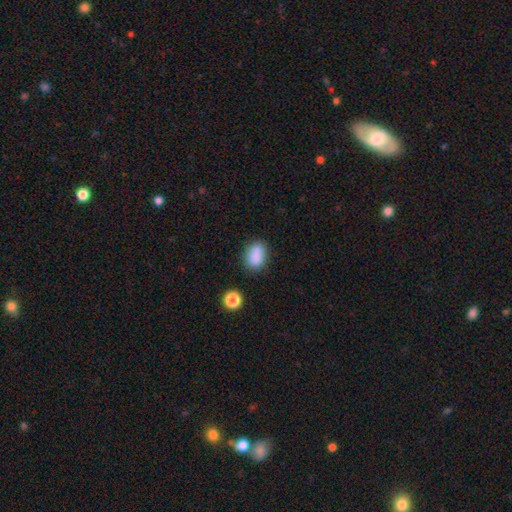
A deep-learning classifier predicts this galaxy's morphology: A smooth galaxy with no disk features (86%) that is in between round and cigar-shaped (79%).

Vote fractions:
- Smooth or featured? smooth: 86% / star or artifact: 9% / featured or disk: 5%
- How rounded? in between: 79% / round: 19% / cigar-shaped: 2%
- Merging? none: 77% / minor disturbance: 15% / merger: 4% / major disturbance: 4%